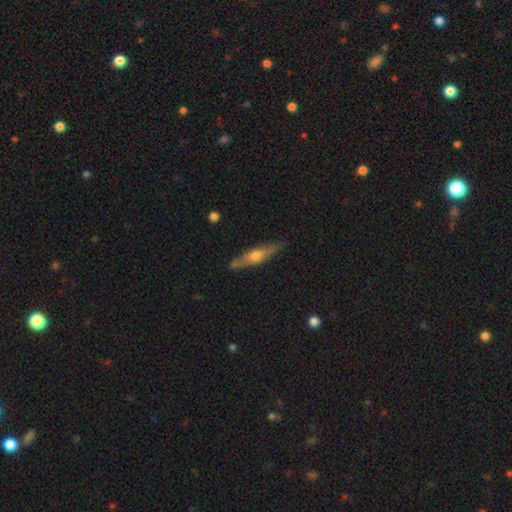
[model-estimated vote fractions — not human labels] Q: Smooth or featured?
A: featured or disk (56%); runner-up: smooth (38%)
Q: Edge-on disk?
A: yes (88%); runner-up: no (12%)
Q: Merging?
A: none (83%); runner-up: minor disturbance (12%)